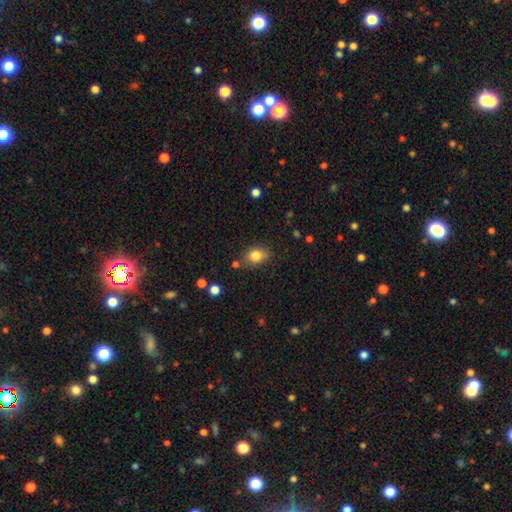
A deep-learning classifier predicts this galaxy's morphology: Q: Smooth or featured?
A: smooth (82%); runner-up: star or artifact (10%)
Q: How rounded?
A: in between (62%); runner-up: round (36%)
Q: Merging?
A: none (74%); runner-up: minor disturbance (16%)